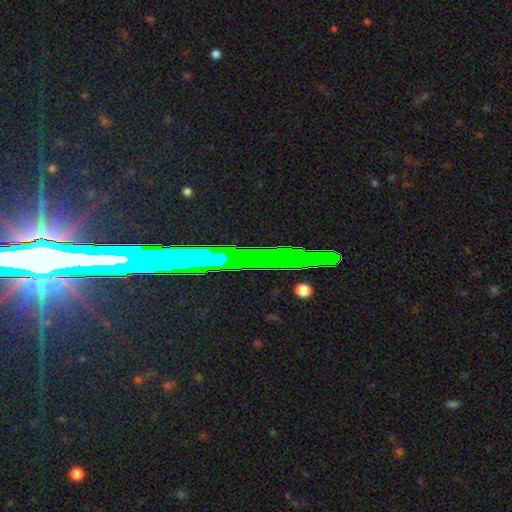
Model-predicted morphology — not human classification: smooth-or-featured: star or artifact: 70% | smooth: 16% | featured or disk: 14%